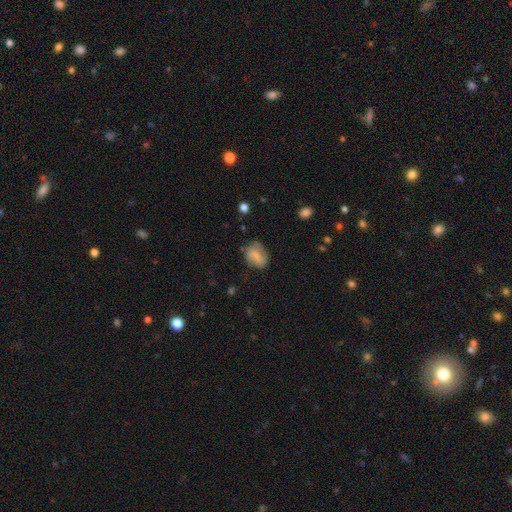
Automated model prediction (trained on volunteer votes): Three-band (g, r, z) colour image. It shows a smooth galaxy with no disk features (72%) that is in between round and cigar-shaped (71%). Merging: none (57%).